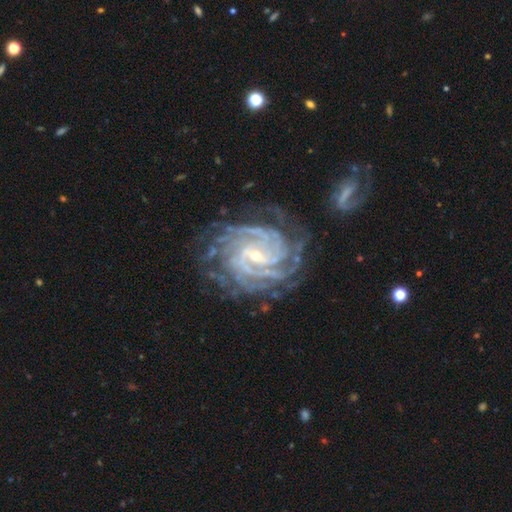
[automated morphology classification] type=featured or disk (93%); edge-on=no (98%); bar=weak (42%); spiral arms=yes (99%); winding=tight (74%); arm count=4 (30%); bulge=small (74%); merging=none (72%).